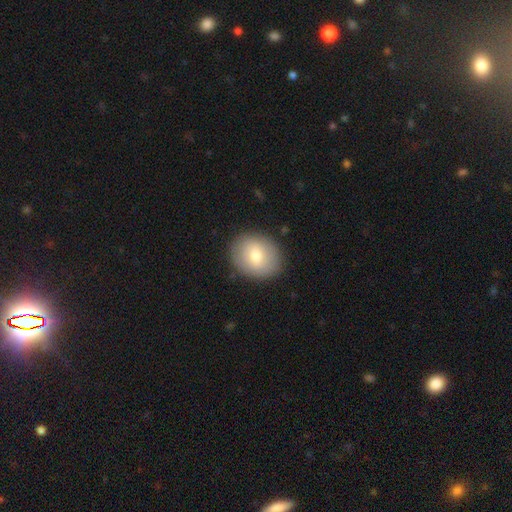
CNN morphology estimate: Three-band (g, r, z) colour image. It shows a smooth galaxy with no disk features (74%) that is round (54%). Merging: none (86%).